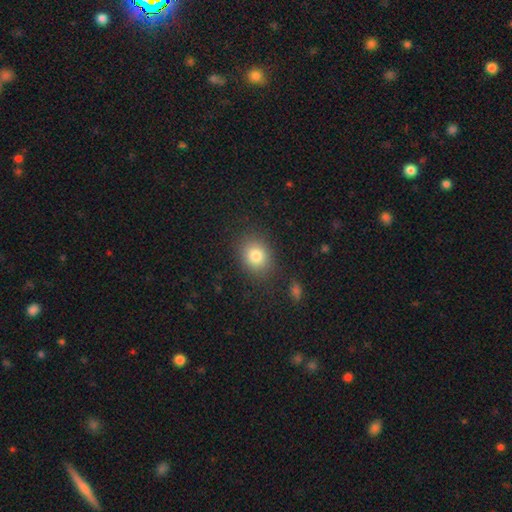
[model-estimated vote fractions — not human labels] A smooth galaxy with no disk features (81%) that is round (59%).

Vote fractions:
- Smooth or featured? smooth: 81% / star or artifact: 11% / featured or disk: 8%
- How rounded? round: 59% / in between: 40% / cigar-shaped: 1%
- Merging? none: 84% / minor disturbance: 10% / major disturbance: 4% / merger: 2%